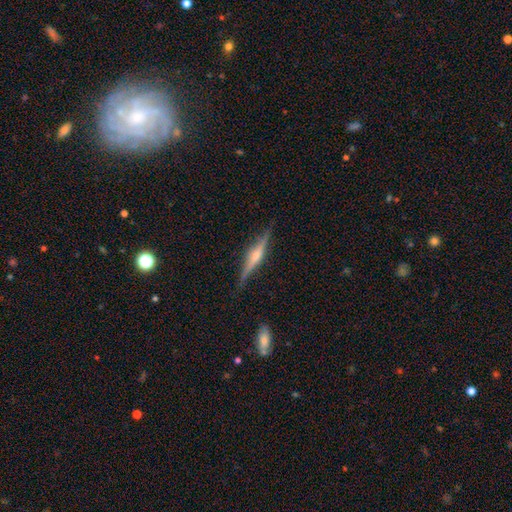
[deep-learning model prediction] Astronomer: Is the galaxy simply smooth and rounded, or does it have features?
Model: featured or disk — 73%.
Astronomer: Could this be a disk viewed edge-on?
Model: yes — 97%.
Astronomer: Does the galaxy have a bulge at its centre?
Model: rounded — 77%.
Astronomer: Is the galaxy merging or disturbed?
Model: none — 85%.